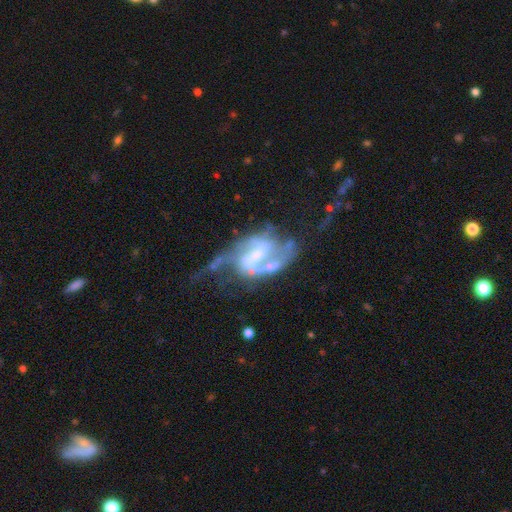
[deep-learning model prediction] The model was most divided on "merging": none: 38%, major disturbance: 33%, minor disturbance: 21%, merger: 9%. Remaining: edge-on disk — no (97%); spiral arms — yes (93%); smooth or featured — featured or disk (87%); spiral arm count — 2 (79%); bulge size — small (49%); spiral winding — medium (46%); bar — weak (46%).